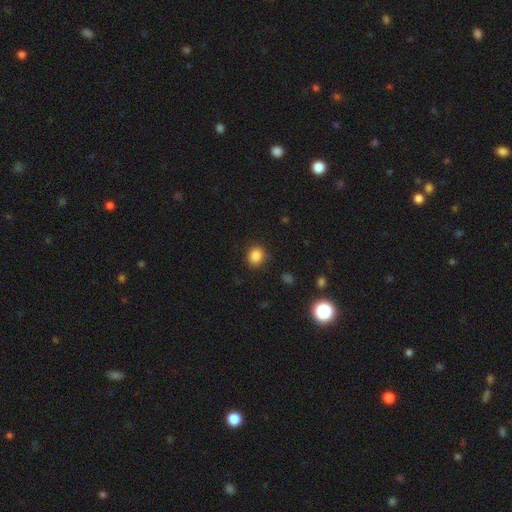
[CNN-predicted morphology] Q: Smooth or featured?
A: smooth (85%); runner-up: star or artifact (10%)
Q: How rounded?
A: round (71%); runner-up: in between (29%)
Q: Merging?
A: none (84%); runner-up: minor disturbance (11%)